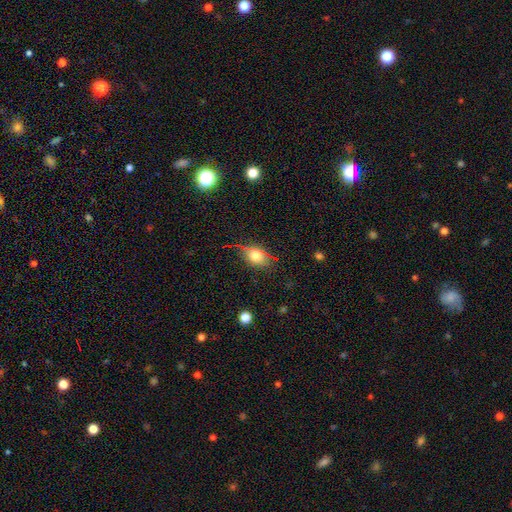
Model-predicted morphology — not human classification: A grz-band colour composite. It shows a smooth galaxy with no disk features (72%) that is in between round and cigar-shaped (68%). Merging: none (76%).